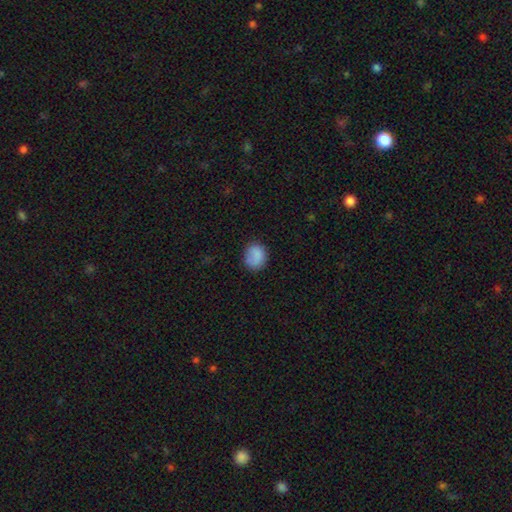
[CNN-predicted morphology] smooth_or_featured: smooth (p=0.85) [alt: star or artifact p=0.08]
how_rounded: round (p=0.66) [alt: in between p=0.33]
merging: none (p=0.77) [alt: minor disturbance p=0.17]